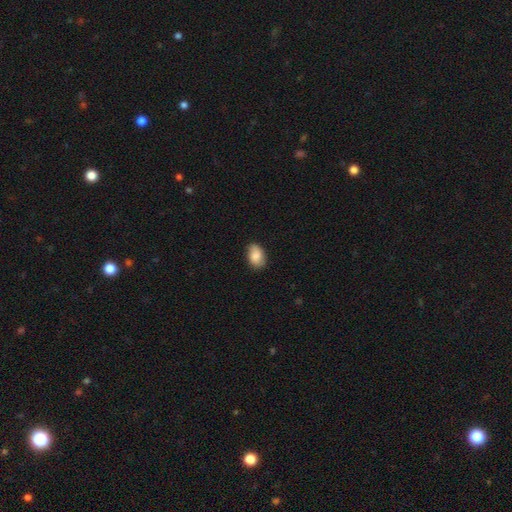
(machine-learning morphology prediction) This is clearly a smooth galaxy (84%). How rounded: clearly in between (85%). Merging: likely none (78%).